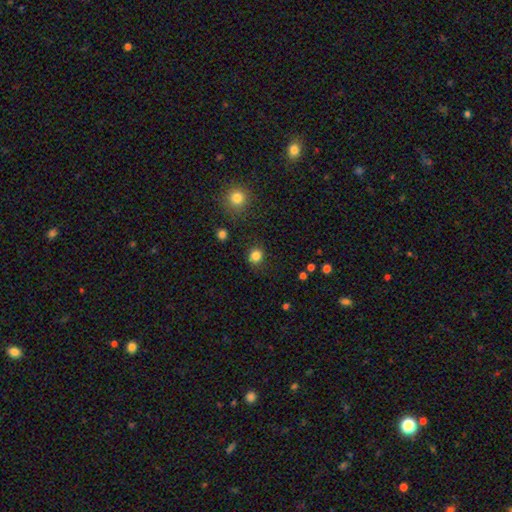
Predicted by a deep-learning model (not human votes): A smooth galaxy with no disk features (83%) that is round (87%). Merging: none (87%).